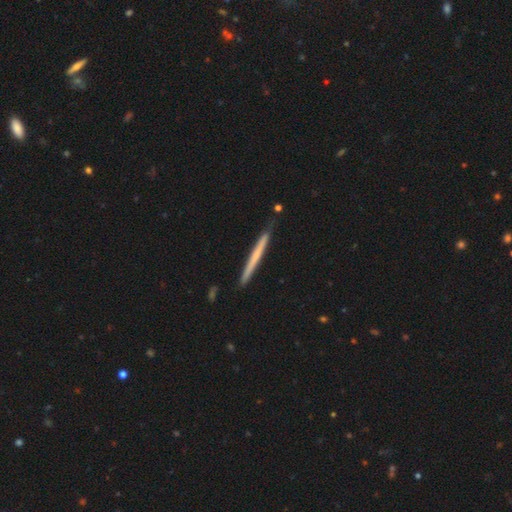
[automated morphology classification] smooth-or-featured: smooth: 50% | featured or disk: 44% | star or artifact: 6%
  how-rounded: cigar-shaped: 97% | in between: 2% | round: 1%
  merging: none: 86% | minor disturbance: 11% | merger: 2% | major disturbance: 1%